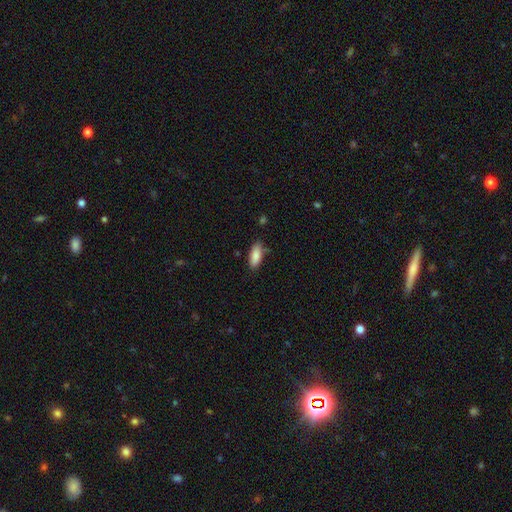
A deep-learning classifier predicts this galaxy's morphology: Smooth or featured: smooth — 87% (star or artifact — 7%)
How rounded: in between — 81% (cigar-shaped — 17%)
Merging: none — 76% (minor disturbance — 18%)